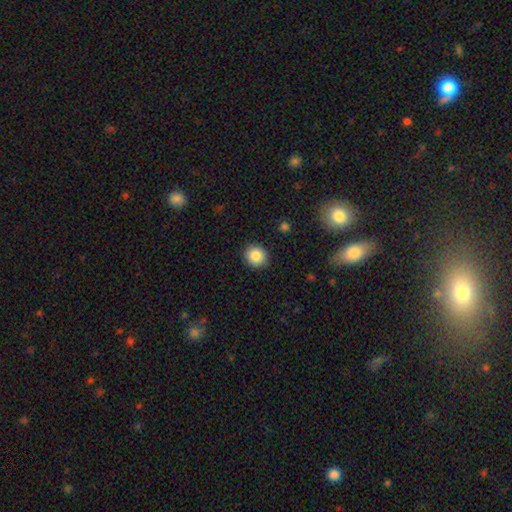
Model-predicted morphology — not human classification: smooth-or-featured: smooth: 85% | star or artifact: 9% | featured or disk: 5%
  how-rounded: round: 81% | in between: 18% | cigar-shaped: 1%
  merging: none: 91% | minor disturbance: 6% | major disturbance: 2% | merger: 1%